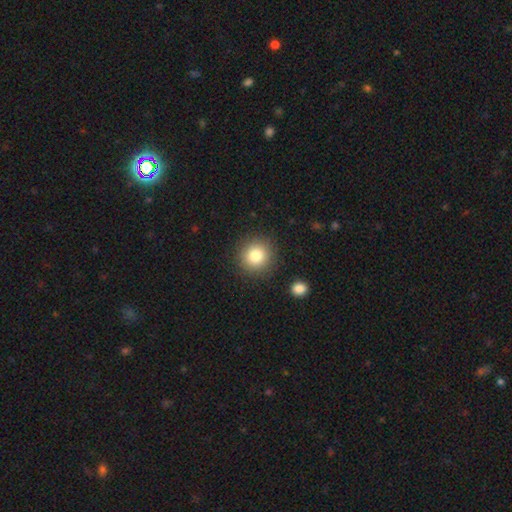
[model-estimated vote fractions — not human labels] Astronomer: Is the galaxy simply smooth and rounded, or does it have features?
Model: smooth — 83%.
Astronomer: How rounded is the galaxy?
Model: round — 92%.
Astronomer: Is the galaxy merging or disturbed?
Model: none — 88%.